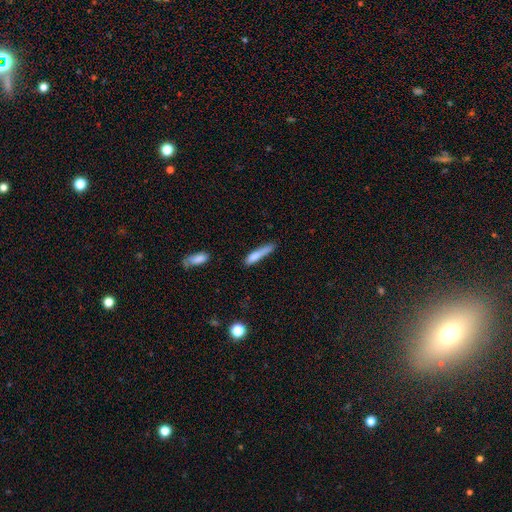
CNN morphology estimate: smooth-or-featured: smooth: 75% | featured or disk: 17% | star or artifact: 7%
  how-rounded: cigar-shaped: 85% | in between: 13% | round: 2%
  merging: none: 47% | minor disturbance: 32% | major disturbance: 13% | merger: 8%